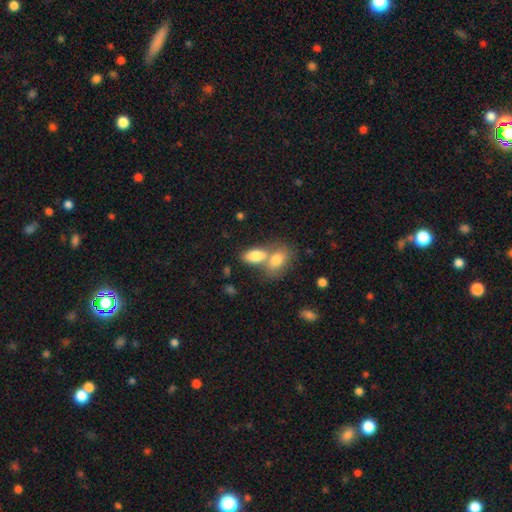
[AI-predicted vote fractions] Smooth or featured?
  - smooth: 81% *
  - featured or disk: 12%
  - star or artifact: 7%
How rounded?
  - in between: 90% *
  - round: 6%
  - cigar-shaped: 4%
Merging?
  - merger: 59% *
  - none: 29%
  - minor disturbance: 8%
  - major disturbance: 4%